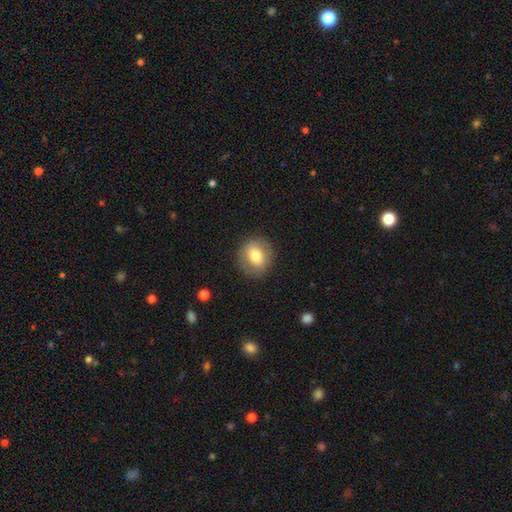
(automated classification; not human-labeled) Smooth or featured? smooth (69%)
How rounded? round (73%)
Merging? none (84%)